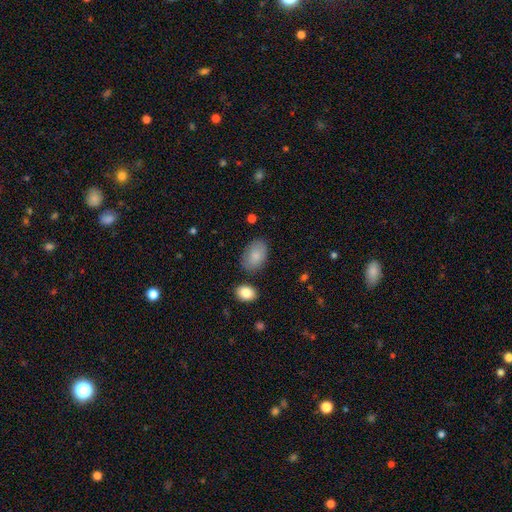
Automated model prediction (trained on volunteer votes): Smooth or featured? smooth (83%)
How rounded? in between (89%)
Merging? none (77%)